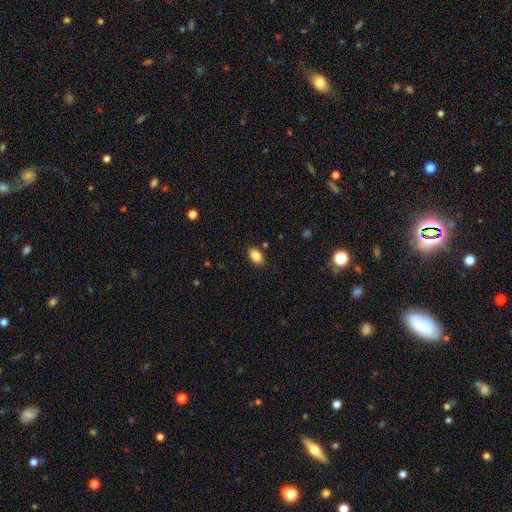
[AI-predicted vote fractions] smooth_or_featured: smooth (p=0.87) [alt: star or artifact p=0.08]
how_rounded: in between (p=0.89) [alt: round p=0.10]
merging: none (p=0.87) [alt: minor disturbance p=0.10]